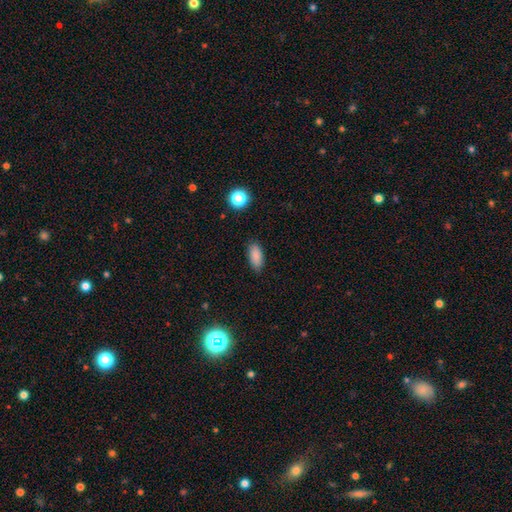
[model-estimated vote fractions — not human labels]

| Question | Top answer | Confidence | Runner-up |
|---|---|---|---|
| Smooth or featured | smooth | 86% | star or artifact (9%) |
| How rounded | in between | 87% | cigar-shaped (10%) |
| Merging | none | 86% | minor disturbance (10%) |